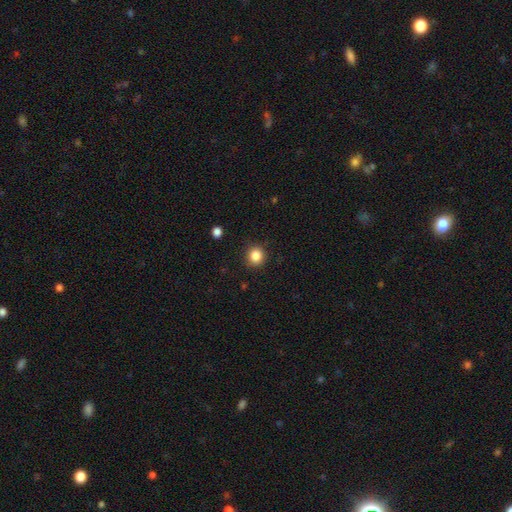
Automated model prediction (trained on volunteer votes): A smooth galaxy with no disk features (86%) that is round (88%).

Vote fractions:
- Smooth or featured? smooth: 86% / star or artifact: 11% / featured or disk: 4%
- How rounded? round: 88% / in between: 11% / cigar-shaped: 1%
- Merging? none: 90% / minor disturbance: 7% / major disturbance: 2% / merger: 1%